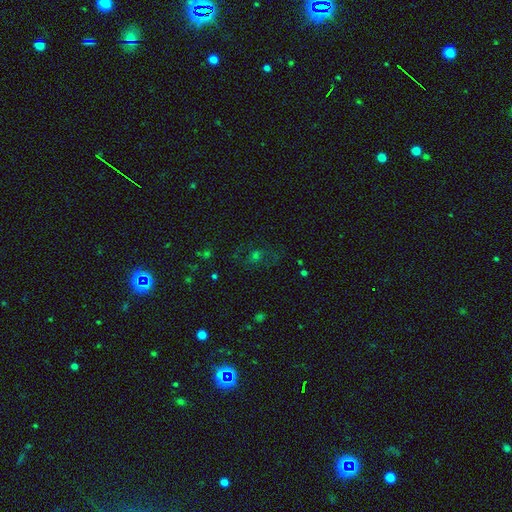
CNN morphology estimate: The model was most divided on "smooth or featured": star or artifact: 45%, smooth: 30%, featured or disk: 24%.